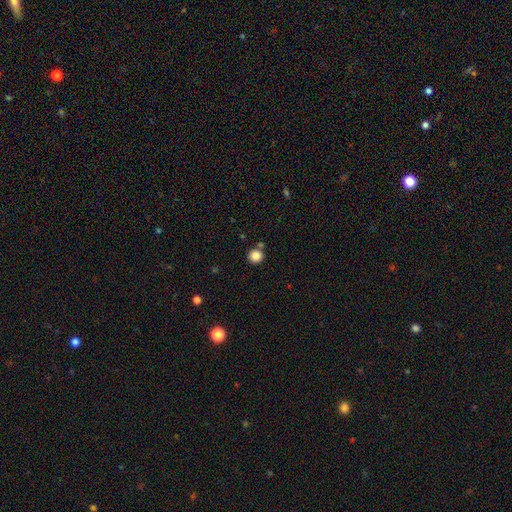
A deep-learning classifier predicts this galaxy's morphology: Overall: smooth (86%). How rounded: round (92%). Merging: none (79%).